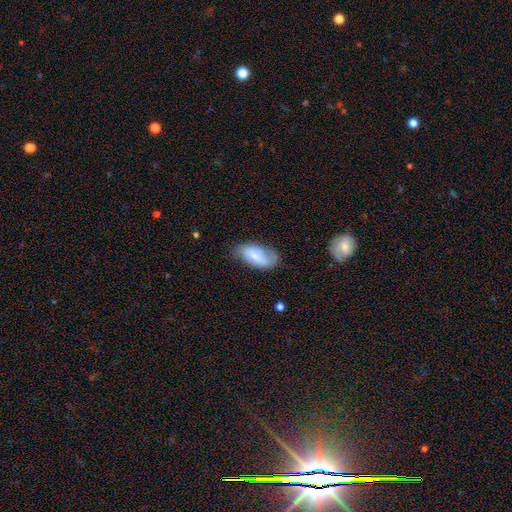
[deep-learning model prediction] A smooth galaxy with no disk features (59%) that is in between round and cigar-shaped (92%).

Vote fractions:
- Smooth or featured? smooth: 59% / featured or disk: 33% / star or artifact: 7%
- How rounded? in between: 92% / cigar-shaped: 5% / round: 3%
- Merging? none: 59% / minor disturbance: 29% / major disturbance: 10% / merger: 2%